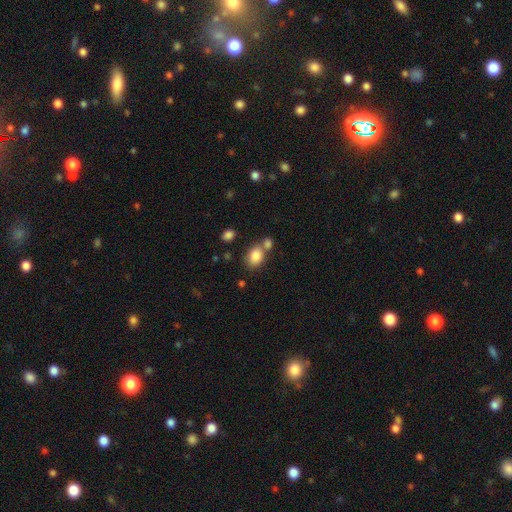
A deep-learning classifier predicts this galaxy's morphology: Smooth or featured? smooth (84%)
How rounded? in between (69%)
Merging? none (52%)